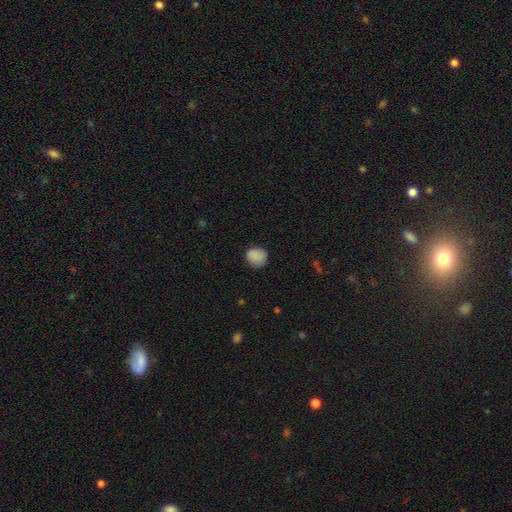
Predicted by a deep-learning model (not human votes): This is clearly a smooth galaxy (87%). How rounded: likely round (80%). Merging: likely none (79%).